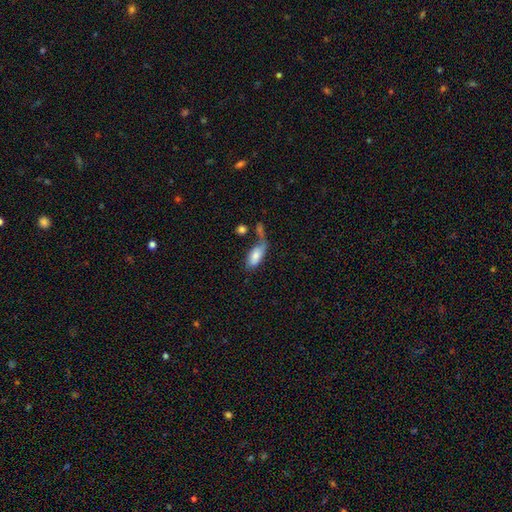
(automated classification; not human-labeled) Smooth or featured? Predicted: smooth (p=0.73). How rounded? Predicted: in between (p=0.88). Merging? Predicted: none (p=0.31).